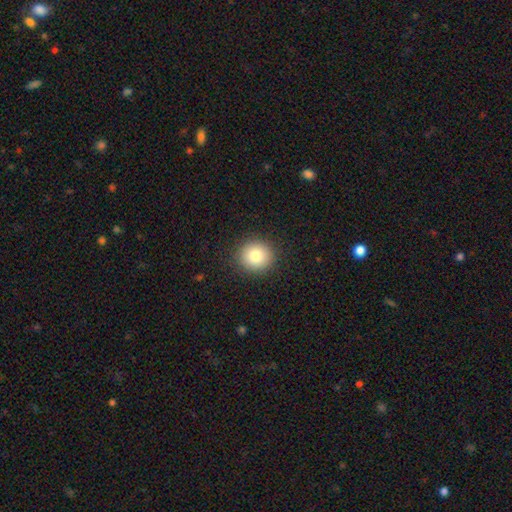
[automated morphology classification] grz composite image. It shows a smooth galaxy with no disk features (83%) that is round (87%). Merging: none (91%).